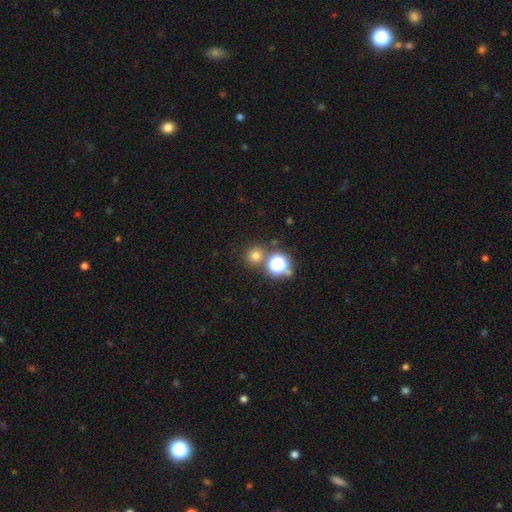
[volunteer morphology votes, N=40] Volunteers were most divided on "merging": none: 73%, merger: 16%, minor disturbance: 5%, major disturbance: 5%. More confident: how rounded — round (100%); smooth or featured — smooth (80%).